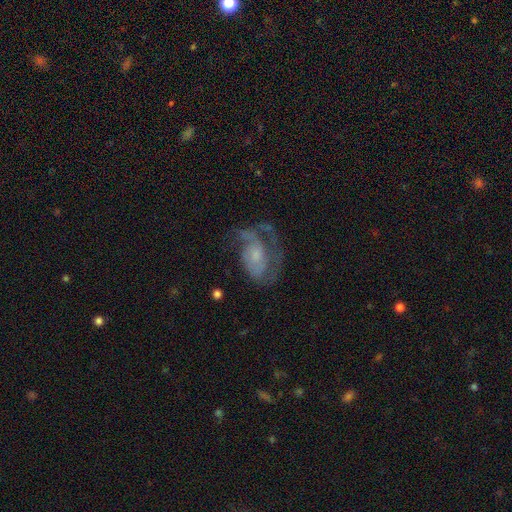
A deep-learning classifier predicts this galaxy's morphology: featured or disk 73%, smooth 19%, star or artifact 8%. Down the decision tree: edge-on disk — no (97%); bar — no (70%); spiral arms — yes (82%); spiral arm count — 2 (39%); spiral winding — medium (43%); bulge size — small (55%); merging — none (40%).